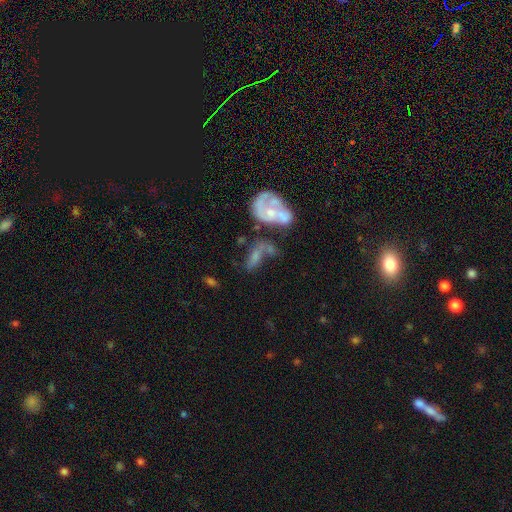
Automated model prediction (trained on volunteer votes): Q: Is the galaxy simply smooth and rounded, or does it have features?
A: featured or disk — 49%.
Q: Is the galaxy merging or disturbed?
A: merger — 45%.